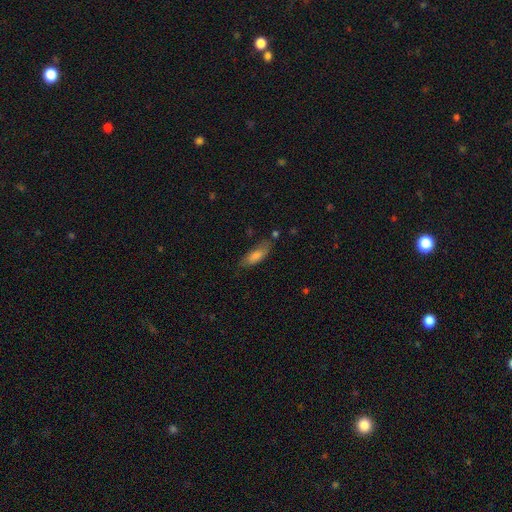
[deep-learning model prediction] This appears to be a smooth galaxy with no disk features (70%) that is in between round and cigar-shaped (54%). Merging: none (70%).